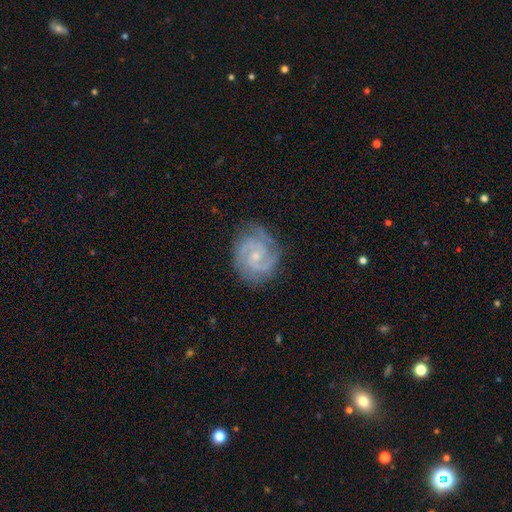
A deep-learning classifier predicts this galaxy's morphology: Smooth or featured?
  - featured or disk: 89% *
  - smooth: 6%
  - star or artifact: 5%
Edge-on disk?
  - no: 98% *
  - yes: 2%
Bar?
  - no: 58% *
  - weak: 36%
  - strong: 6%
Spiral arms?
  - yes: 98% *
  - no: 2%
Spiral winding?
  - tight: 57% *
  - medium: 38%
  - loose: 5%
Spiral arm count?
  - 2: 71% *
  - 3: 15%
  - can't tell: 6%
  - 4: 3%
  - 1: 2%
  - more than 4: 2%
Bulge size?
  - small: 66% *
  - moderate: 28%
  - none: 4%
  - large: 1%
  - dominant: 1%
Merging?
  - none: 78% *
  - minor disturbance: 16%
  - major disturbance: 5%
  - merger: 1%